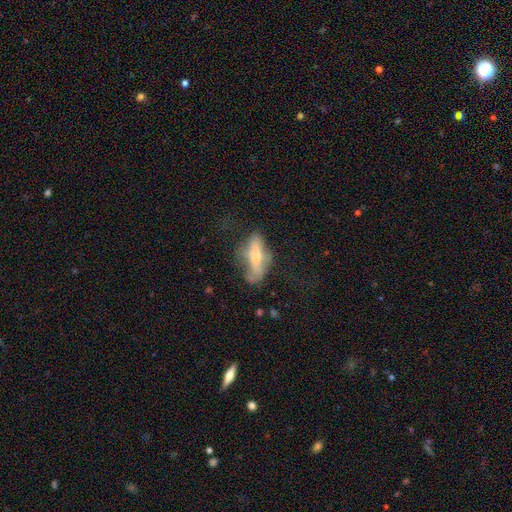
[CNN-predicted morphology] The model was most divided on "merging": none: 38%, major disturbance: 31%, minor disturbance: 26%, merger: 5%. Remaining: smooth or featured — smooth (49%).